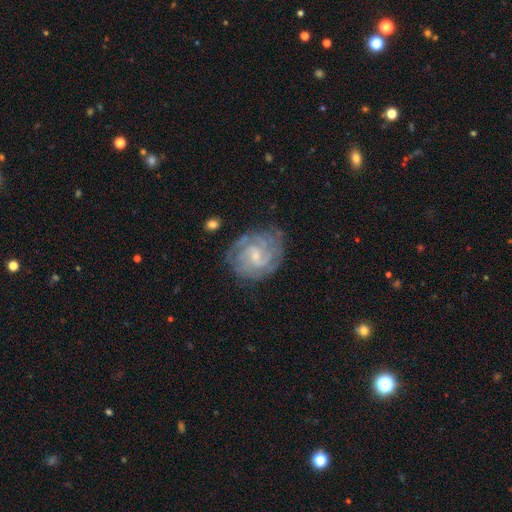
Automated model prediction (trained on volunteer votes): The model was most divided on "bar": weak: 47%, no: 45%, strong: 8%. Remaining: edge-on disk — no (98%); spiral arms — yes (95%); smooth or featured — featured or disk (85%); merging — none (73%); bulge size — small (70%); spiral winding — tight (61%); spiral arm count — can't tell (30%).